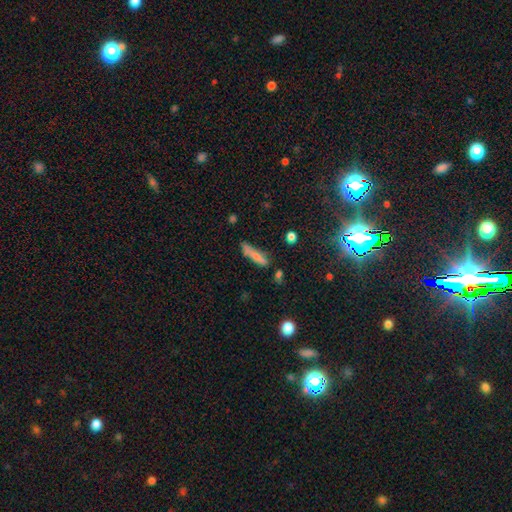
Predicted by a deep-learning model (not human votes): Morphology: type=smooth (73%); roundness=cigar-shaped (85%); merging=none (65%).